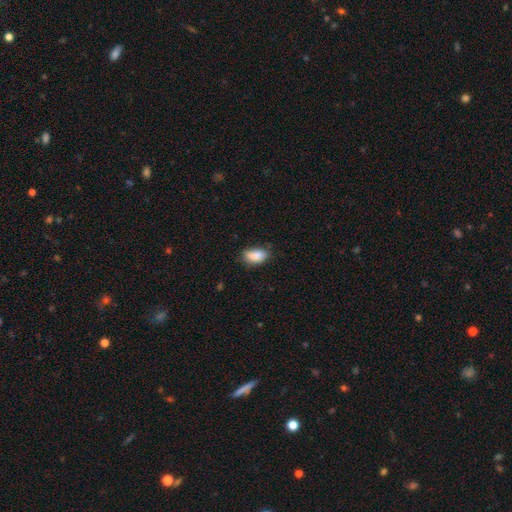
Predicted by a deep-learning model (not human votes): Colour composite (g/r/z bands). It shows a smooth galaxy with no disk features (88%) that is in between round and cigar-shaped (91%). Merging: none (68%).